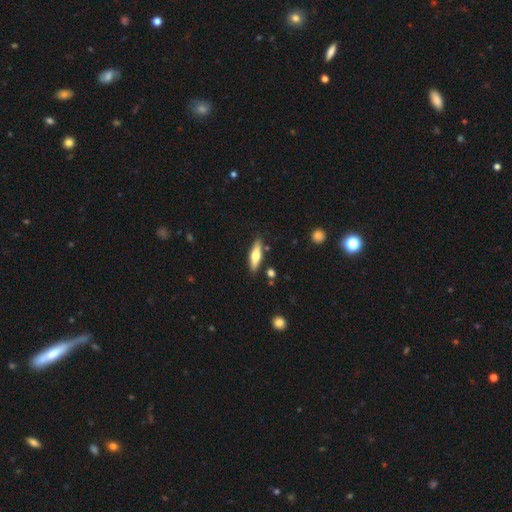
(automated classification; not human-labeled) smooth 54%, featured or disk 40%, star or artifact 6%. Down the decision tree: how rounded — cigar-shaped (63%); merging — none (85%).